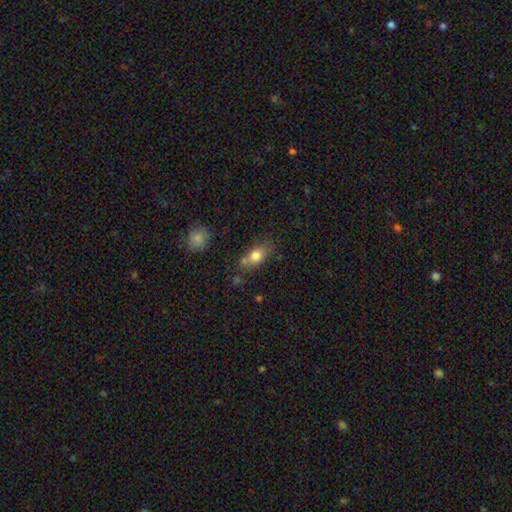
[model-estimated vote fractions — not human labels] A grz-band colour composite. It shows a smooth galaxy with no disk features (78%) that is in between round and cigar-shaped (74%). Merging: none (58%).